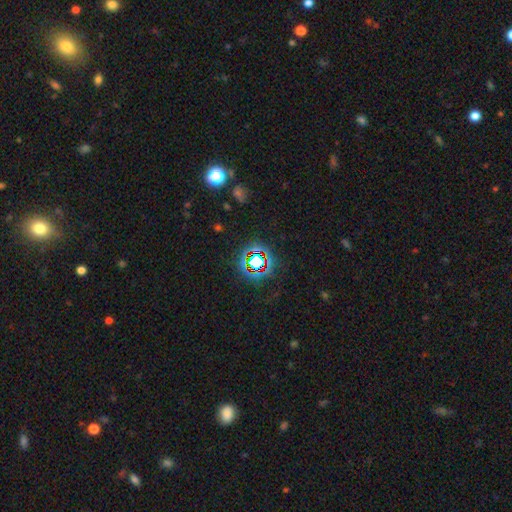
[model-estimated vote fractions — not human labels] Smooth or featured? star or artifact (72%)